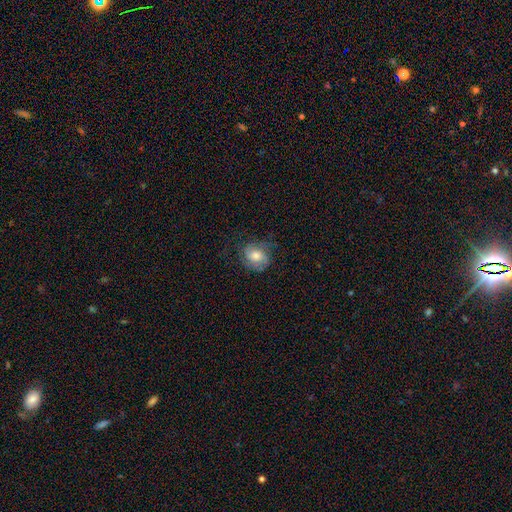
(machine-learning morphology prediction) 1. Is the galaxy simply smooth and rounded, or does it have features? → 49% smooth, 42% featured or disk, 9% star or artifact.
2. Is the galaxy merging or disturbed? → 63% none, 23% minor disturbance, 13% major disturbance, 1% merger.